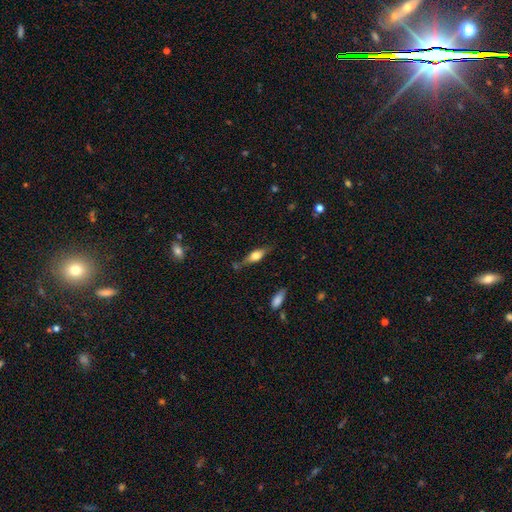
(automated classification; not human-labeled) A featured or disk galaxy (47%).

Vote fractions:
- Smooth or featured? featured or disk: 47% / smooth: 45% / star or artifact: 8%
- Merging? none: 70% / minor disturbance: 19% / major disturbance: 5% / merger: 5%